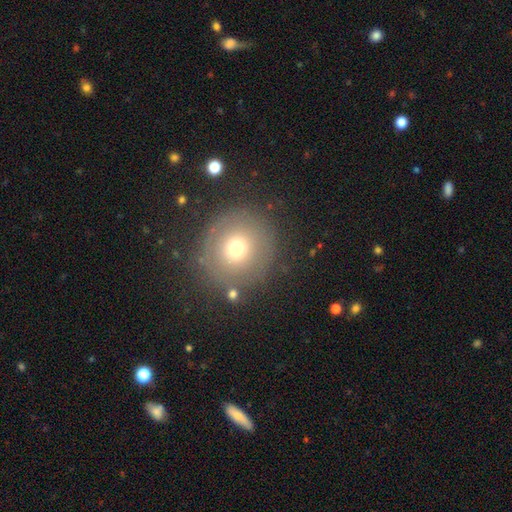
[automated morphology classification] Smooth or featured? smooth (62%)
How rounded? round (89%)
Merging? none (82%)